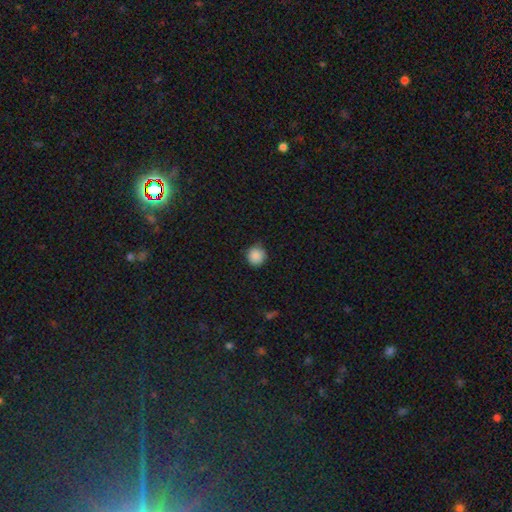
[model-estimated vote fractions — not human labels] smooth_or_featured: smooth (p=0.87) [alt: star or artifact p=0.09]
how_rounded: round (p=0.92) [alt: in between p=0.07]
merging: none (p=0.84) [alt: minor disturbance p=0.12]